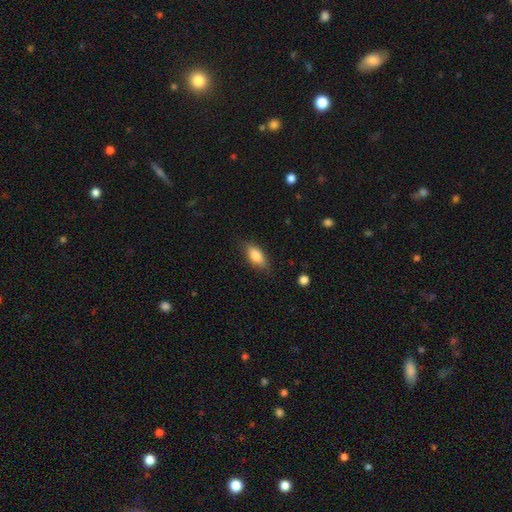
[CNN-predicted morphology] Smooth or featured? smooth (80%)
How rounded? in between (83%)
Merging? none (81%)